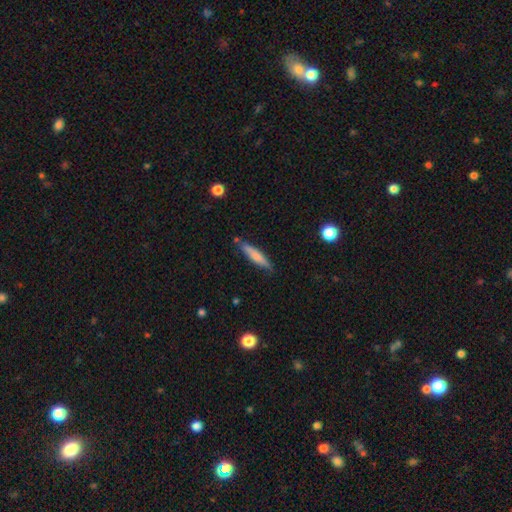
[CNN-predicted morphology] The model was most divided on "smooth or featured": smooth: 67%, featured or disk: 27%, star or artifact: 6%. More confident: how rounded — cigar-shaped (85%); merging — none (79%).